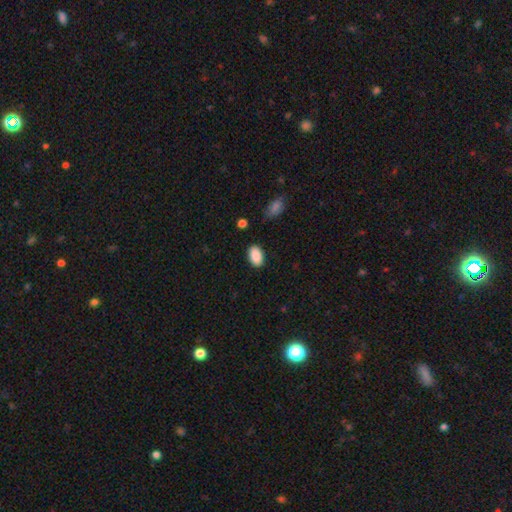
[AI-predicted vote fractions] Overall: smooth (90%). How rounded: in between (93%). Merging: none (86%).